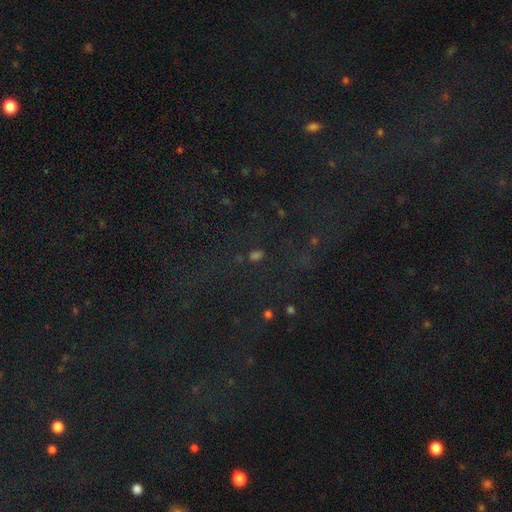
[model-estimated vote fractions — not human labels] The model was most divided on "smooth or featured": star or artifact: 46%, smooth: 45%, featured or disk: 9%.